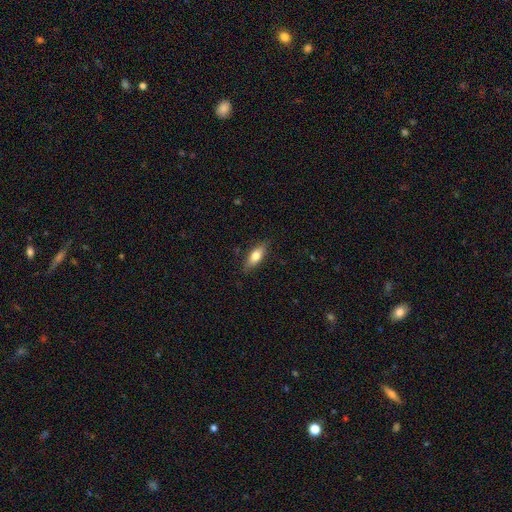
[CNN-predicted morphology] smooth_or_featured: smooth (p=0.69) [alt: featured or disk p=0.24]
how_rounded: in between (p=0.66) [alt: cigar-shaped p=0.32]
merging: none (p=0.83) [alt: minor disturbance p=0.13]